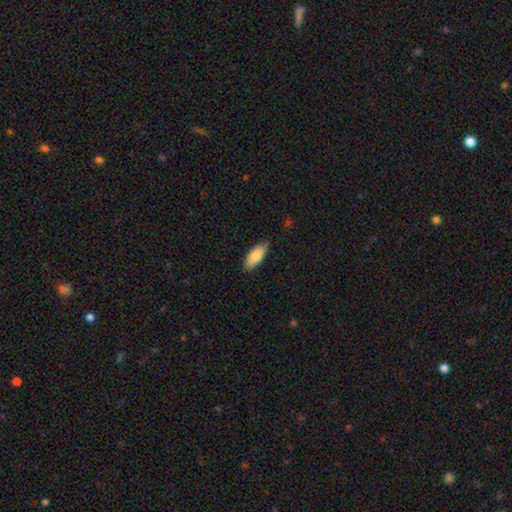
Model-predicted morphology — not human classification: smooth 84%, featured or disk 11%, star or artifact 6%. Down the decision tree: how rounded — in between (85%); merging — none (81%).